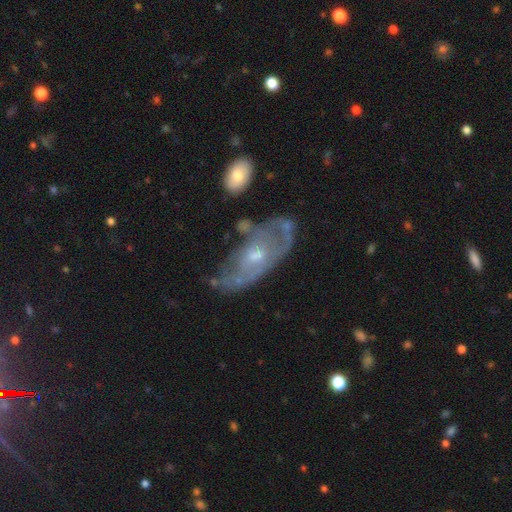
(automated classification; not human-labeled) Smooth or featured? featured or disk (74%)
Edge-on disk? no (87%)
Bar? no (74%)
Spiral arms? yes (62%)
Bulge size? small (49%)
Merging? none (55%)